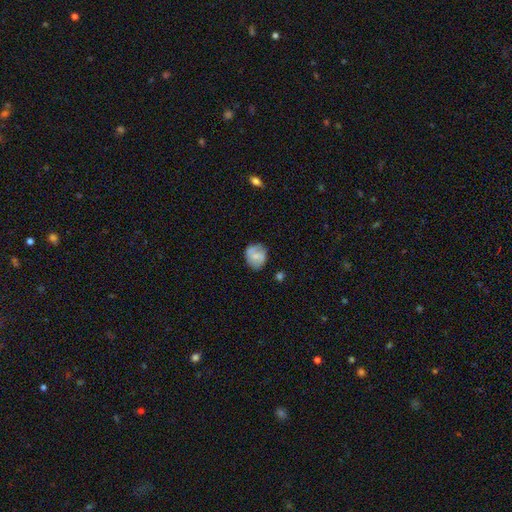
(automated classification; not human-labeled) This appears to be a smooth galaxy with no disk features (60%) that is round (66%). Merging: none (68%).